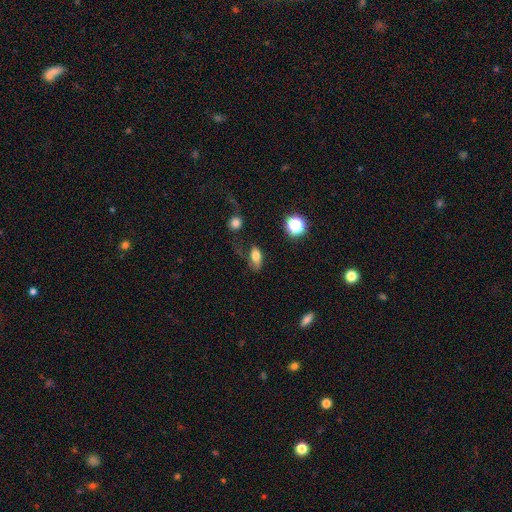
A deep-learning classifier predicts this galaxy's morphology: Overall: smooth (75%). How rounded: in between (83%). Merging: none (52%; minor disturbance 27%).